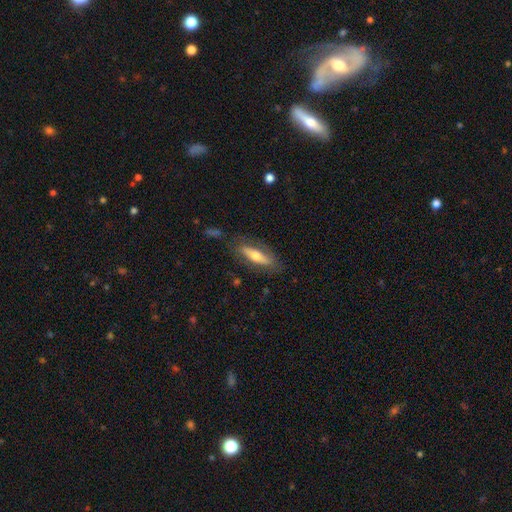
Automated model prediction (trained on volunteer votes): Smooth or featured? smooth (53%)
How rounded? cigar-shaped (57%)
Merging? none (76%)